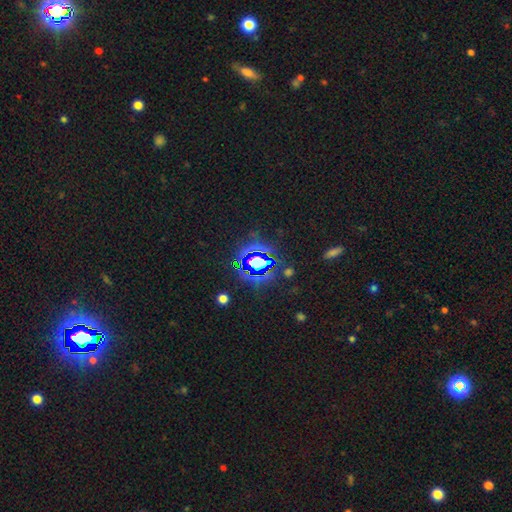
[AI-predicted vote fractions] smooth-or-featured: star or artifact: 82% | smooth: 11% | featured or disk: 7%